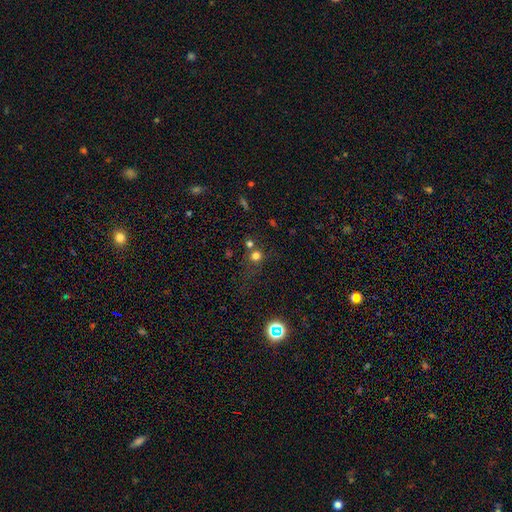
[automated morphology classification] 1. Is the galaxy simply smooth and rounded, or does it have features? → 70% smooth, 21% star or artifact, 8% featured or disk.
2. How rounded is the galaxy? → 88% round, 11% in between, 1% cigar-shaped.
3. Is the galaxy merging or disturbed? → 60% none, 22% merger, 11% minor disturbance, 7% major disturbance.